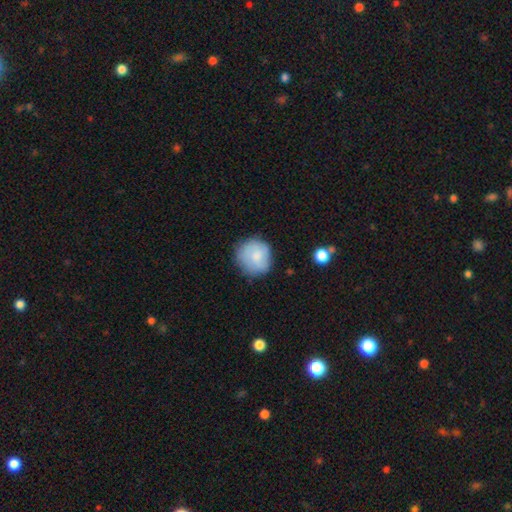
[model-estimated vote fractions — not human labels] Morphology: type=smooth (74%); roundness=round (88%); merging=none (73%).